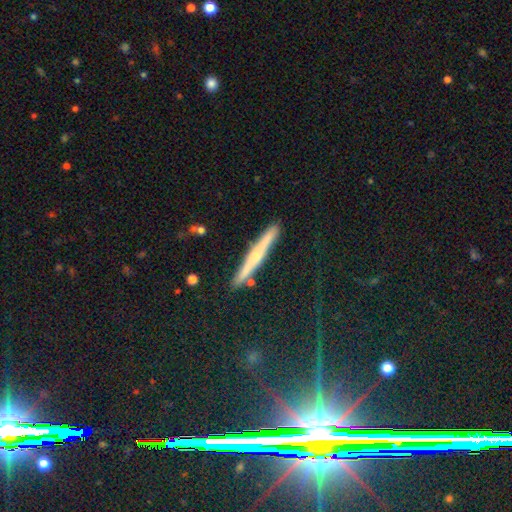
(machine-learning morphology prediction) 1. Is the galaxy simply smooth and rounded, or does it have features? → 58% featured or disk, 32% smooth, 10% star or artifact.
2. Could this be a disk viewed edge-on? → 97% yes, 3% no.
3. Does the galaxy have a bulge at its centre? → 65% rounded, 28% none, 7% boxy.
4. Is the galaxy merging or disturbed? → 90% none, 7% minor disturbance, 2% merger, 2% major disturbance.